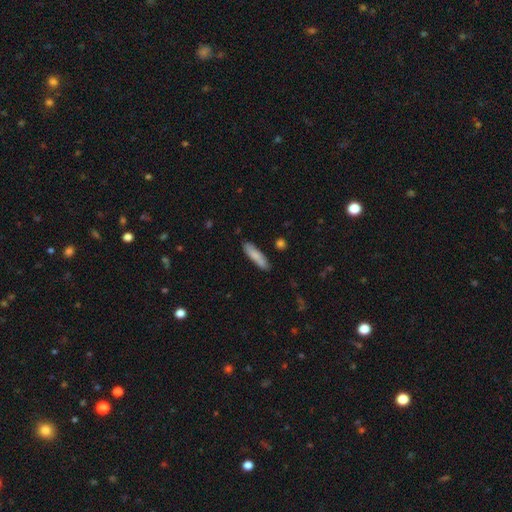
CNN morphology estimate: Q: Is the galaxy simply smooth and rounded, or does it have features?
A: smooth — 81%.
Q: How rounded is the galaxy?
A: cigar-shaped — 74%.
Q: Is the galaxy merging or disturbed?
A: none — 83%.